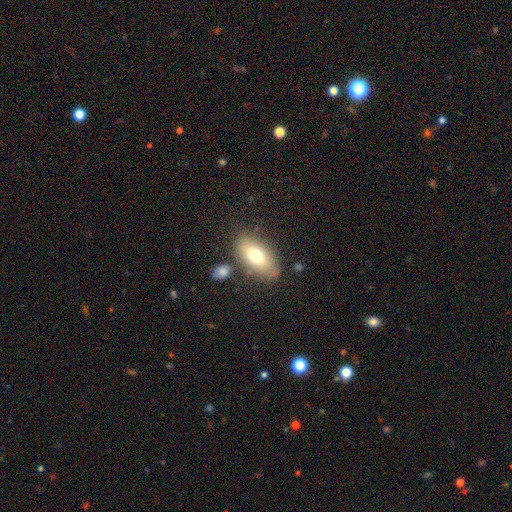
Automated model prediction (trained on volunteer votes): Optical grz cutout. It shows a smooth galaxy with no disk features (72%) that is in between round and cigar-shaped (90%). Merging: none (75%).